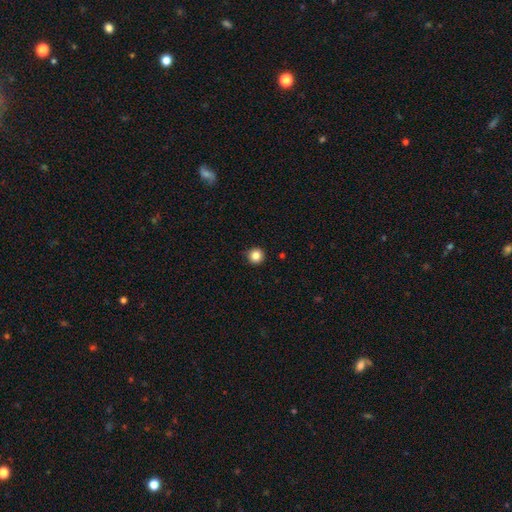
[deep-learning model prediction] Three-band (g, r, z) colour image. It shows a smooth galaxy with no disk features (85%) that is round (96%). Merging: none (90%).